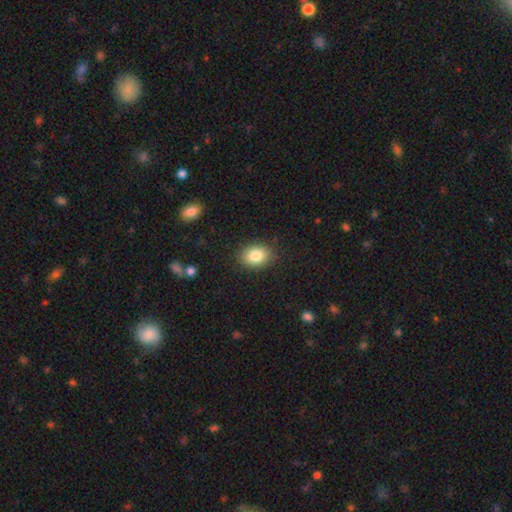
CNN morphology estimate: This is clearly a smooth galaxy (83%). How rounded: likely in between (69%). Merging: clearly none (87%).